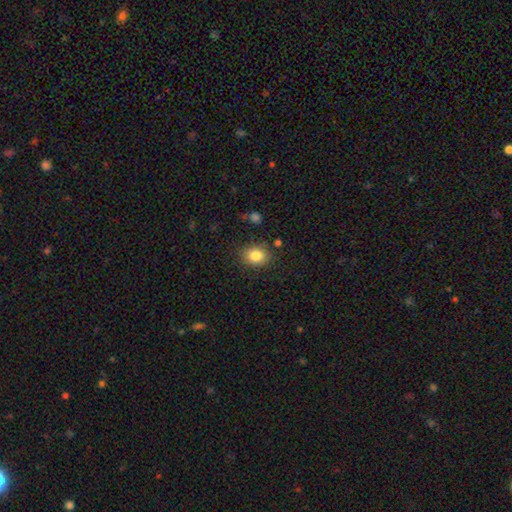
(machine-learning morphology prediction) A smooth galaxy with no disk features (84%) that is in between round and cigar-shaped (57%). Merging: none (82%).